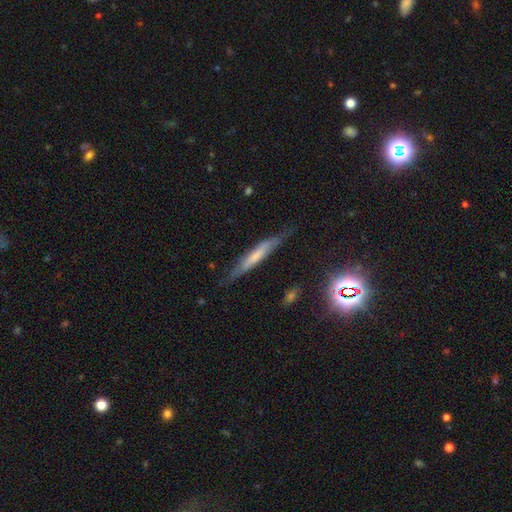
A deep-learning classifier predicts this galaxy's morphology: Q: Smooth or featured?
A: smooth (46%); runner-up: featured or disk (44%)
Q: Merging?
A: none (71%); runner-up: minor disturbance (21%)